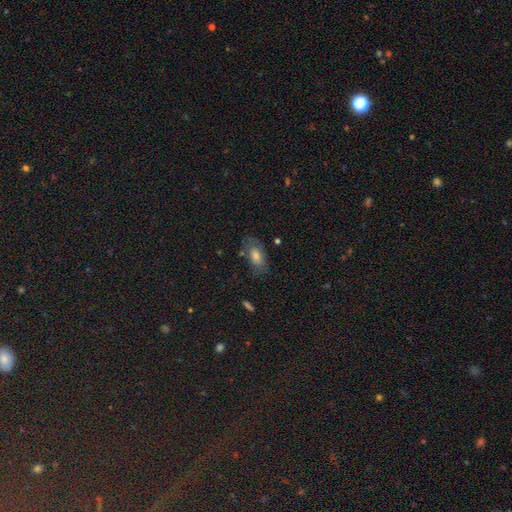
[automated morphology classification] This appears to be a smooth galaxy with no disk features (52%) that is in between round and cigar-shaped (87%). Merging: none (72%).